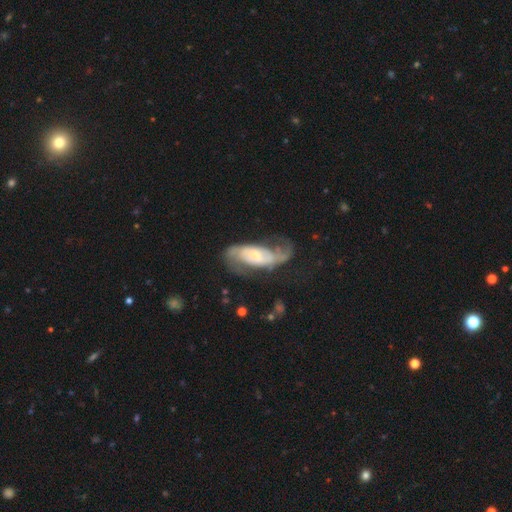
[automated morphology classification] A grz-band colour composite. It shows a featured or disk galaxy (75%) with no bar (54%), 2 (73%) medium (39%) spiral arms (89%) and a small central bulge (47%). Merging: none (45%).